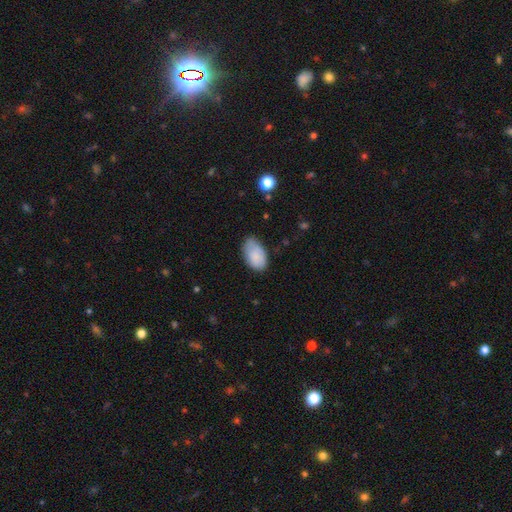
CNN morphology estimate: smooth-or-featured: smooth: 84% | featured or disk: 9% | star or artifact: 7%
  how-rounded: in between: 94% | round: 5% | cigar-shaped: 1%
  merging: none: 61% | minor disturbance: 31% | major disturbance: 6% | merger: 2%